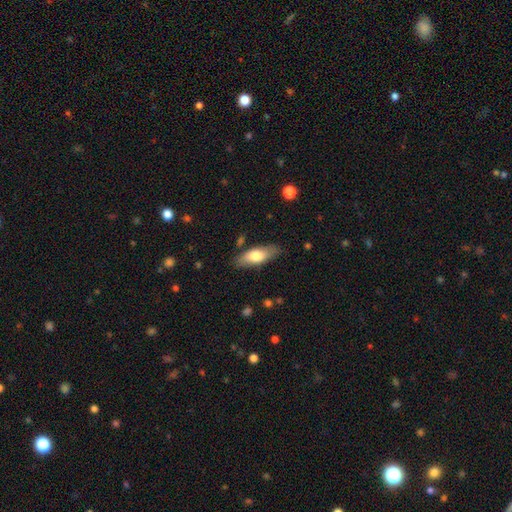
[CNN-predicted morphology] This is likely a smooth galaxy (71%). How rounded: likely in between (70%). Merging: clearly none (81%).